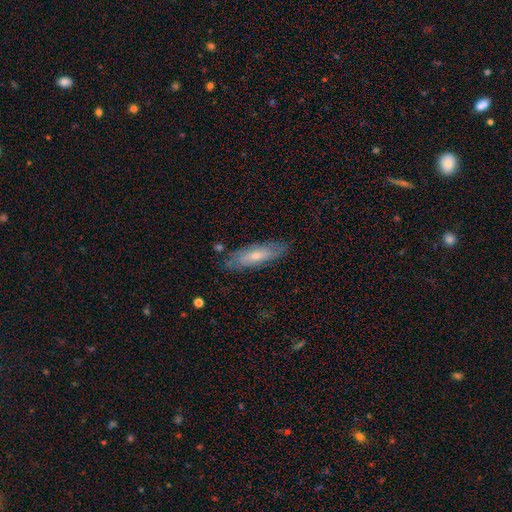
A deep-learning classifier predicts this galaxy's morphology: Smooth or featured? featured or disk (47%)
Merging? none (81%)